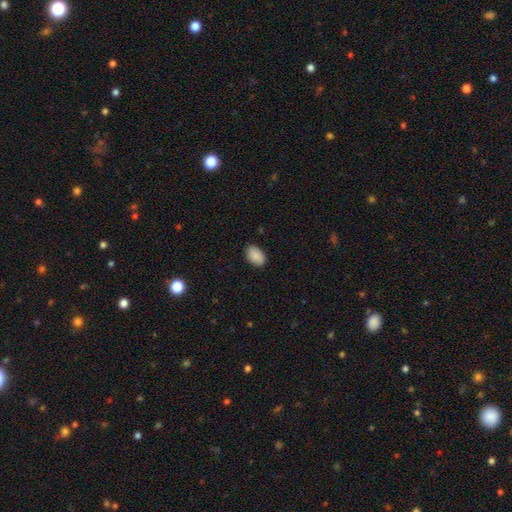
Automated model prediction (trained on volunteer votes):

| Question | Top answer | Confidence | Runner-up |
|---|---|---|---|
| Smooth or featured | smooth | 90% | star or artifact (7%) |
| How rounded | in between | 90% | round (9%) |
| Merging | none | 87% | minor disturbance (10%) |